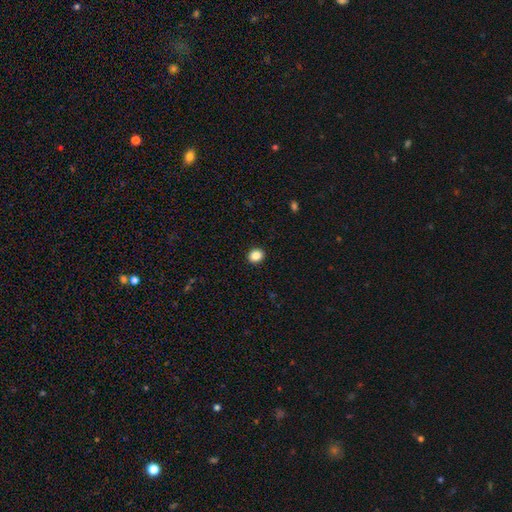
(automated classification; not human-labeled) A smooth galaxy with no disk features (87%) that is round (65%).

Vote fractions:
- Smooth or featured? smooth: 87% / star or artifact: 10% / featured or disk: 3%
- How rounded? round: 65% / in between: 34% / cigar-shaped: 1%
- Merging? none: 92% / minor disturbance: 5% / major disturbance: 2% / merger: 1%